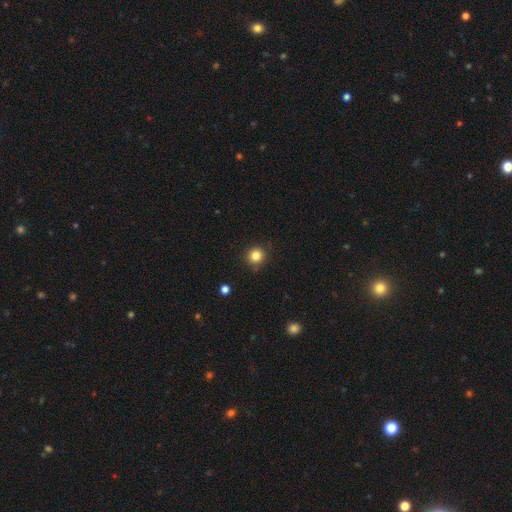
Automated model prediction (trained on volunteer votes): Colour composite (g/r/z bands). It shows a smooth galaxy with no disk features (83%) that is round (91%). Merging: none (87%).